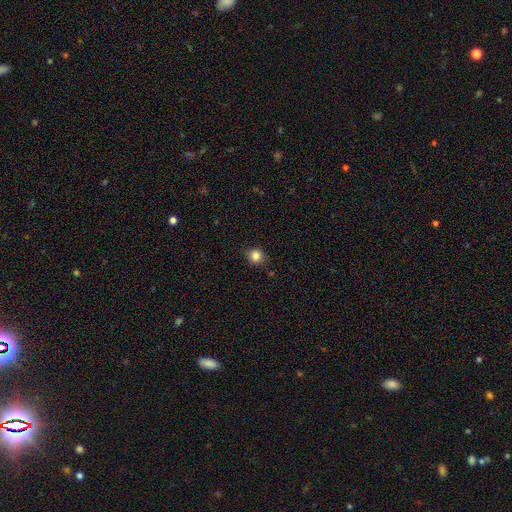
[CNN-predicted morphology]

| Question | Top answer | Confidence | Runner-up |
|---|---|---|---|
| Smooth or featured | smooth | 85% | star or artifact (11%) |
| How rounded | round | 88% | in between (11%) |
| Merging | none | 88% | minor disturbance (9%) |